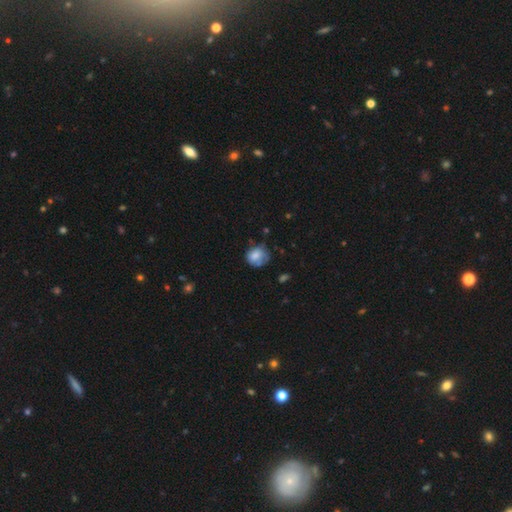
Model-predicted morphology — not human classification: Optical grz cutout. It shows a smooth galaxy with no disk features (72%) that is round (69%). Merging: none (53%).